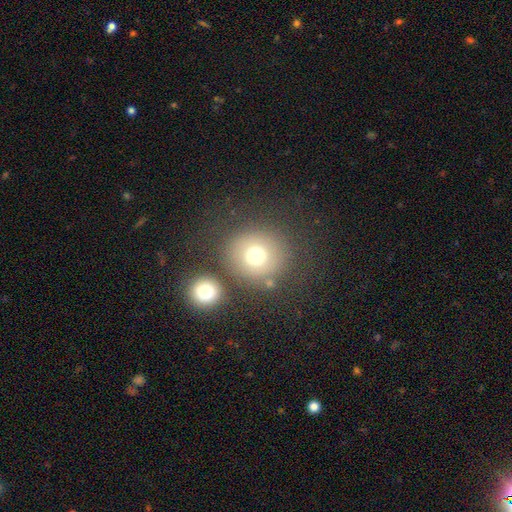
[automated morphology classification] This appears to be a smooth galaxy with no disk features (73%) that is round (85%). Merging: none (70%).